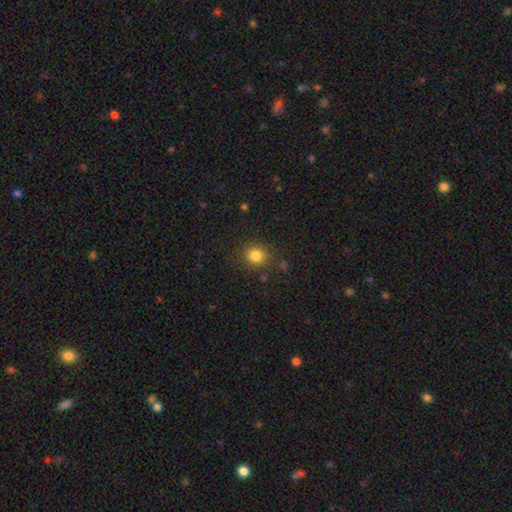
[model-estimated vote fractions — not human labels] Smooth or featured: smooth — 82% (star or artifact — 13%)
How rounded: round — 85% (in between — 14%)
Merging: none — 86% (minor disturbance — 9%)